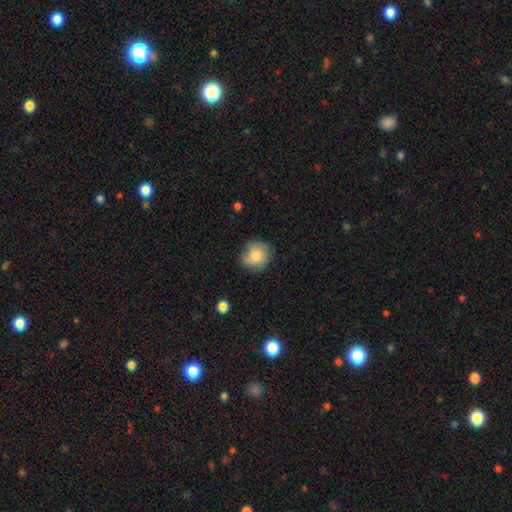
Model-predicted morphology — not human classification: A smooth galaxy with no disk features (73%) that is round (80%).

Vote fractions:
- Smooth or featured? smooth: 73% / featured or disk: 19% / star or artifact: 8%
- How rounded? round: 80% / in between: 19% / cigar-shaped: 1%
- Merging? none: 72% / minor disturbance: 21% / major disturbance: 5% / merger: 1%